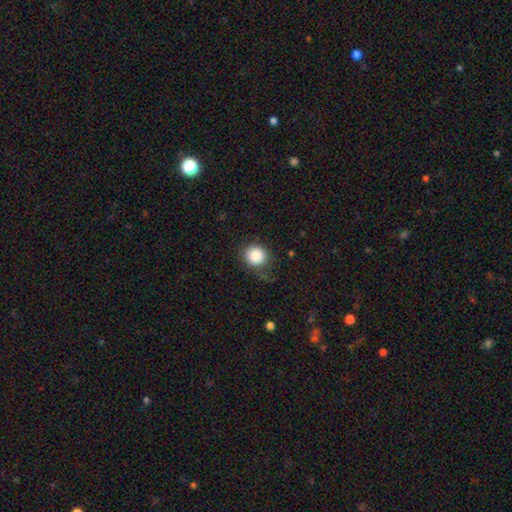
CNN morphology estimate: Overall: smooth (85%). How rounded: round (89%). Merging: none (72%).